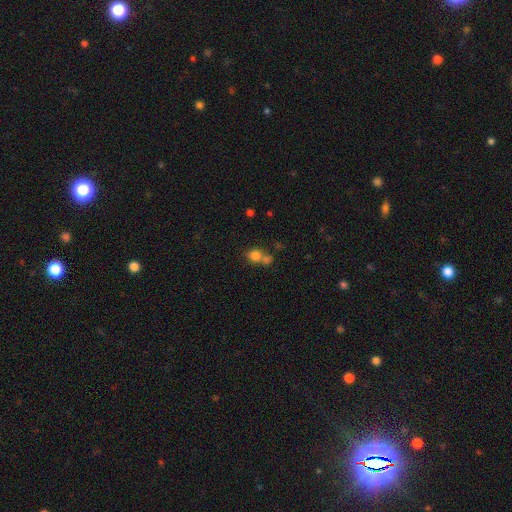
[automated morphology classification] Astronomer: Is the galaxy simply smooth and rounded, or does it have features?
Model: smooth — 78%.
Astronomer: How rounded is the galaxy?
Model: round — 74%.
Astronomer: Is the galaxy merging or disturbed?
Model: merger — 44% (runner-up: none, 42%).